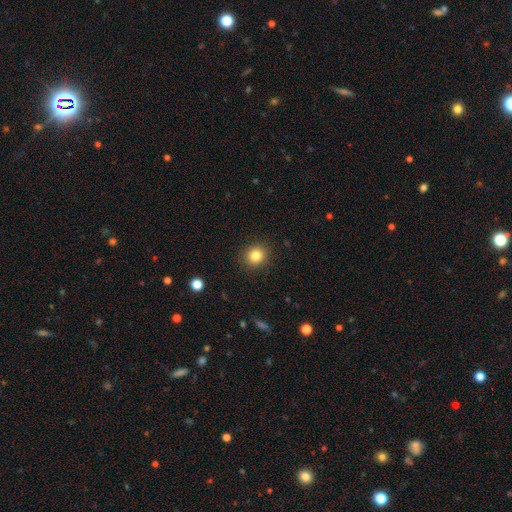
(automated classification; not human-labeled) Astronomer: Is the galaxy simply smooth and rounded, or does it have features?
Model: smooth — 84%.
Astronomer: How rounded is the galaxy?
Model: round — 85%.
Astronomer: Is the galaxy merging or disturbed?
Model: none — 90%.